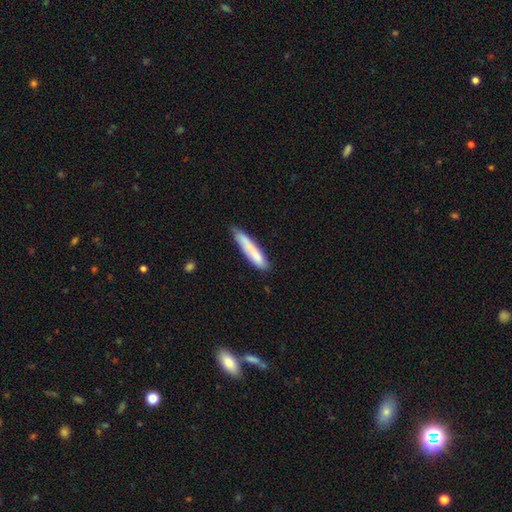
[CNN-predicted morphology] This is likely a smooth galaxy (77%). How rounded: clearly cigar-shaped (89%). Merging: likely none (71%).